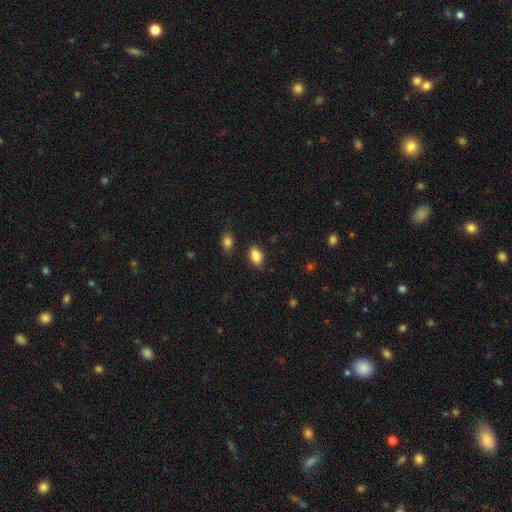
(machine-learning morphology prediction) smooth 87%, star or artifact 8%, featured or disk 5%. Down the decision tree: how rounded — in between (87%); merging — none (79%).